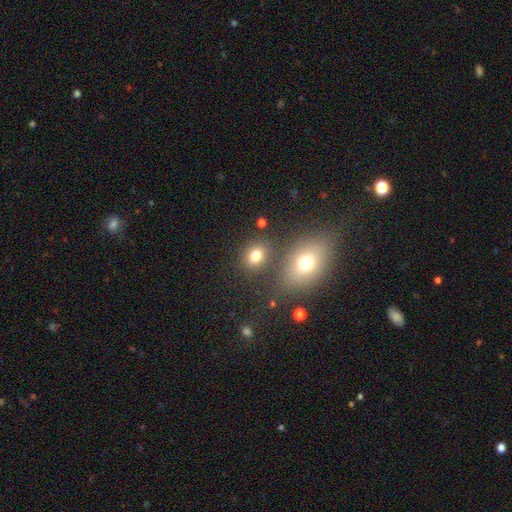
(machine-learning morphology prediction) Smooth or featured? Predicted: smooth (p=0.77). How rounded? Predicted: round (p=0.51). Merging? Predicted: none (p=0.74).